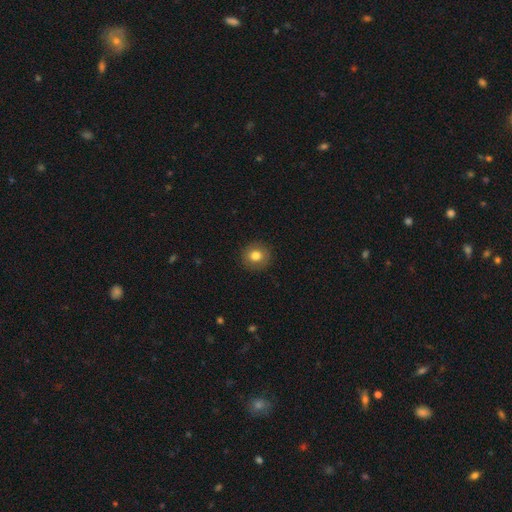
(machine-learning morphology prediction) smooth_or_featured: smooth (p=0.79) [alt: featured or disk p=0.11]
how_rounded: round (p=0.89) [alt: in between p=0.10]
merging: none (p=0.91) [alt: minor disturbance p=0.06]